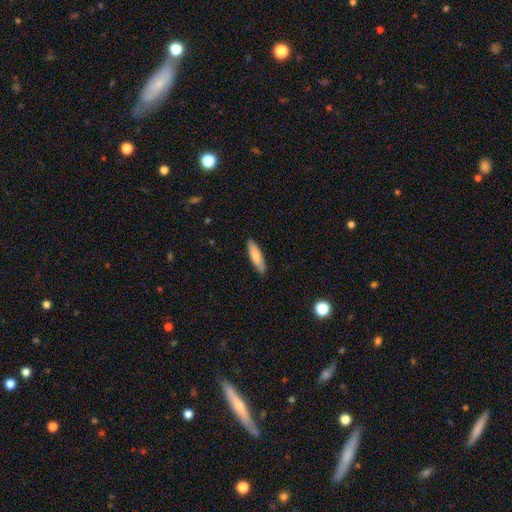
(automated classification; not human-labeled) Overall: smooth (80%). How rounded: cigar-shaped (66%; in between 33%). Merging: none (88%).